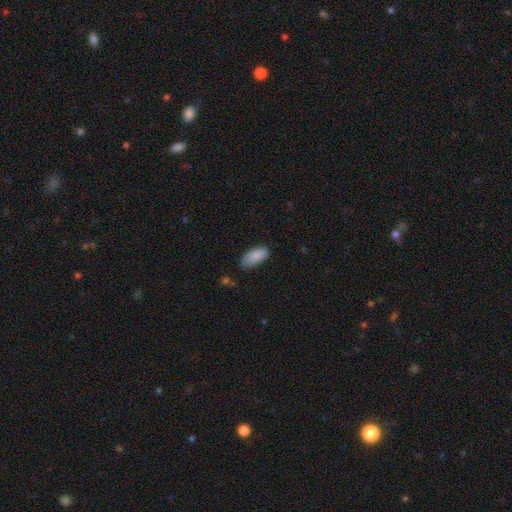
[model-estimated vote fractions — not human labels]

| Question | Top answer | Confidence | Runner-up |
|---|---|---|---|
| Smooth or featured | smooth | 87% | star or artifact (6%) |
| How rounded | in between | 88% | cigar-shaped (10%) |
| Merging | none | 73% | minor disturbance (21%) |